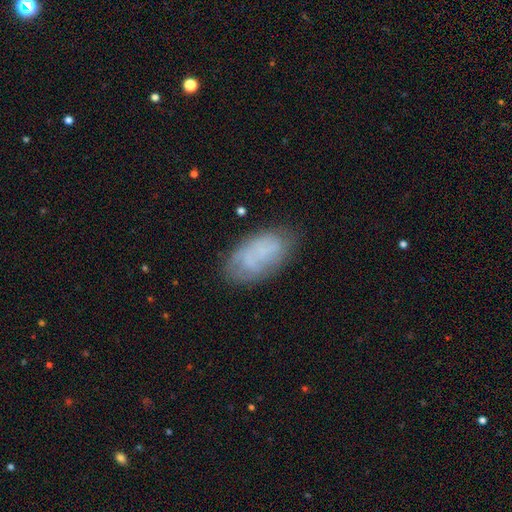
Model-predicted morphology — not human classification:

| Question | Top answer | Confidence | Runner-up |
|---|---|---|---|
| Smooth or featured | smooth | 59% | featured or disk (31%) |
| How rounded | in between | 93% | round (4%) |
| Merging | none | 71% | minor disturbance (20%) |